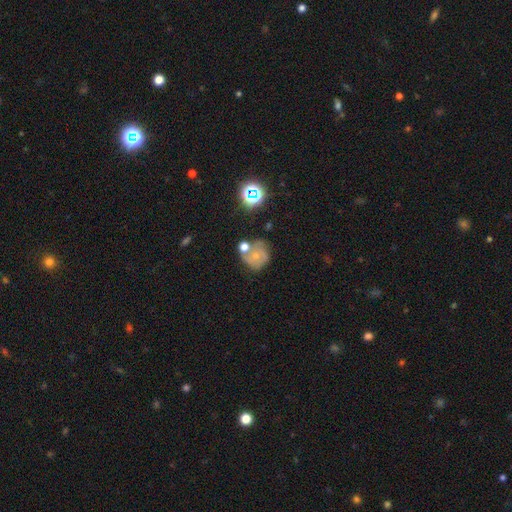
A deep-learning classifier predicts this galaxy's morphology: smooth_or_featured: featured or disk (p=0.48) [alt: smooth p=0.38]
merging: none (p=0.45) [alt: merger p=0.23]